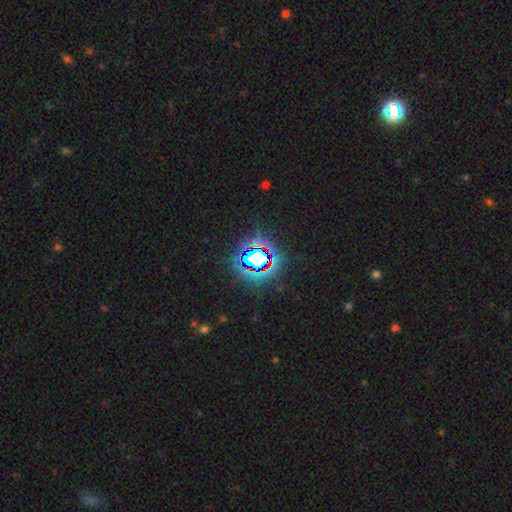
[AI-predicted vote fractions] This is clearly a star or artifact rather than a galaxy (82%).